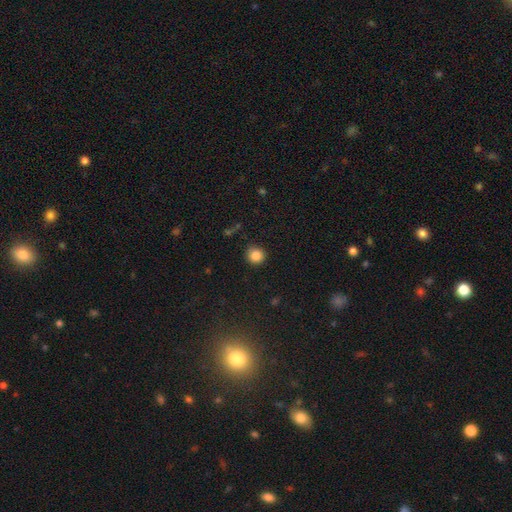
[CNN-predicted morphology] Smooth or featured?
  - smooth: 84% *
  - star or artifact: 11%
  - featured or disk: 5%
How rounded?
  - round: 92% *
  - in between: 7%
  - cigar-shaped: 1%
Merging?
  - none: 90% *
  - minor disturbance: 7%
  - major disturbance: 2%
  - merger: 1%